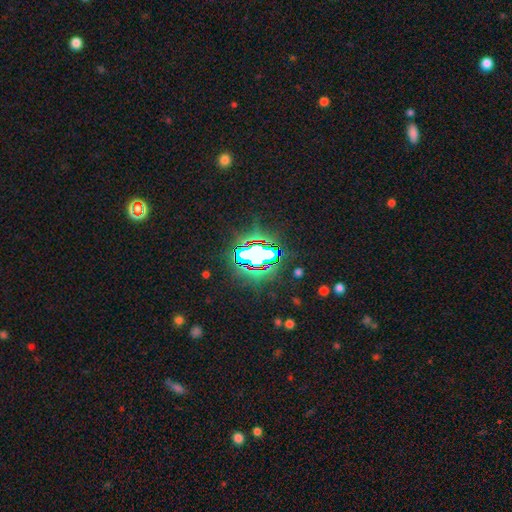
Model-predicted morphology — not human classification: The model was most divided on "smooth or featured": star or artifact: 71%, smooth: 17%, featured or disk: 12%.